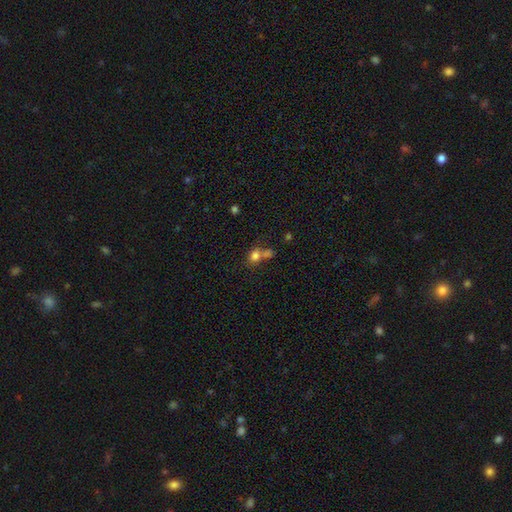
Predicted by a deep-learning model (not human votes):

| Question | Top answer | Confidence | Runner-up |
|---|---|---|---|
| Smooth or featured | smooth | 78% | star or artifact (13%) |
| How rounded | round | 59% | in between (39%) |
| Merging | merger | 45% | none (39%) |